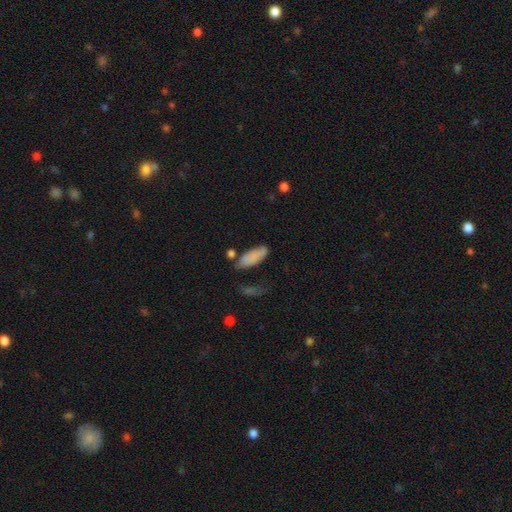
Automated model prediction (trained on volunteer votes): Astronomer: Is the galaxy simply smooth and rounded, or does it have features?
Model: smooth — 81%.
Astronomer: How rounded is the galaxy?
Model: in between — 76%.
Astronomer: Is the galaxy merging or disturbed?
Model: none — 53%.